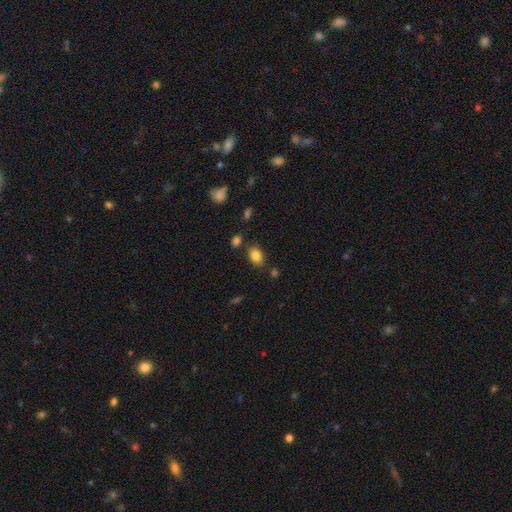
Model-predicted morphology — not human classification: Smooth or featured?
  - smooth: 84% *
  - star or artifact: 10%
  - featured or disk: 7%
How rounded?
  - in between: 77% *
  - round: 22%
  - cigar-shaped: 1%
Merging?
  - none: 79% *
  - minor disturbance: 12%
  - merger: 6%
  - major disturbance: 3%